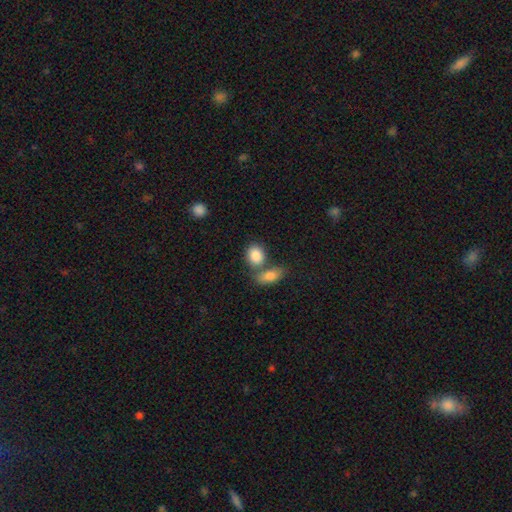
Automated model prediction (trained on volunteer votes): The model was most divided on "merging": none: 46%, merger: 38%, minor disturbance: 11%, major disturbance: 4%. More confident: smooth or featured — smooth (86%); how rounded — in between (64%).